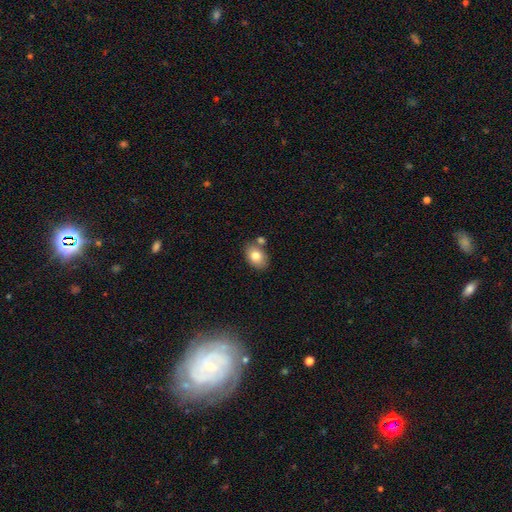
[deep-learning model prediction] The model was most divided on "merging": none: 69%, merger: 15%, minor disturbance: 13%, major disturbance: 3%. More confident: smooth or featured — smooth (80%); how rounded — in between (77%).